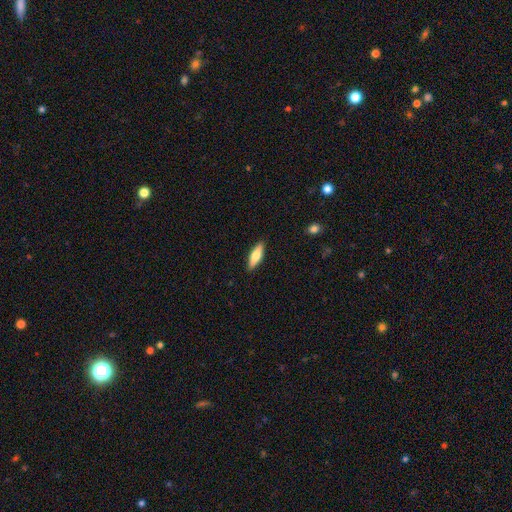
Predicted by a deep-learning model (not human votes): The model was most divided on "how rounded": cigar-shaped: 52%, in between: 46%, round: 2%. More confident: merging — none (89%); smooth or featured — smooth (69%).